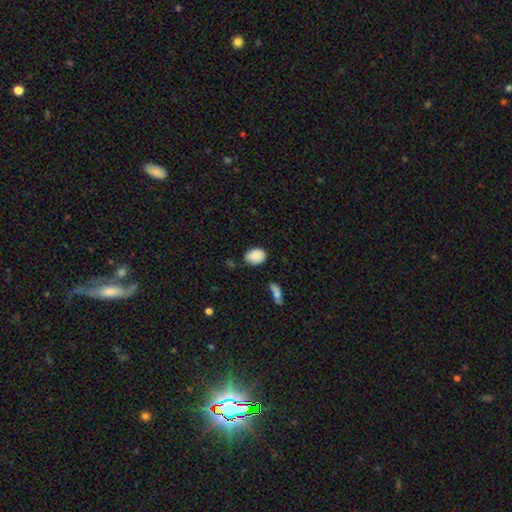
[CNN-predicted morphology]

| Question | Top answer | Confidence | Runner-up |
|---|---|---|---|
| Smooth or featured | smooth | 88% | star or artifact (8%) |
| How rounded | in between | 75% | round (24%) |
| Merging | none | 72% | minor disturbance (21%) |